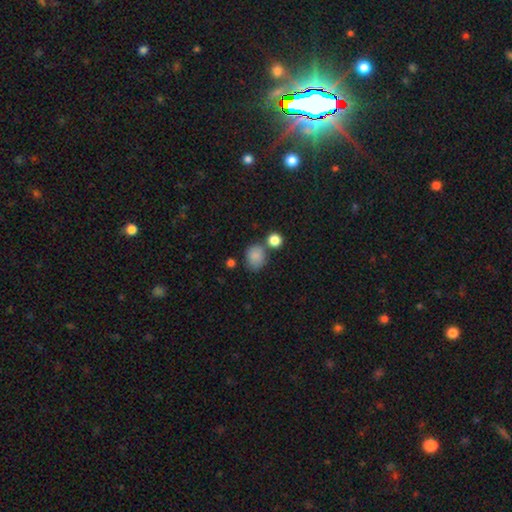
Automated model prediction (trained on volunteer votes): Smooth or featured: smooth — 85% (star or artifact — 10%)
How rounded: round — 59% (in between — 40%)
Merging: none — 61% (minor disturbance — 17%)